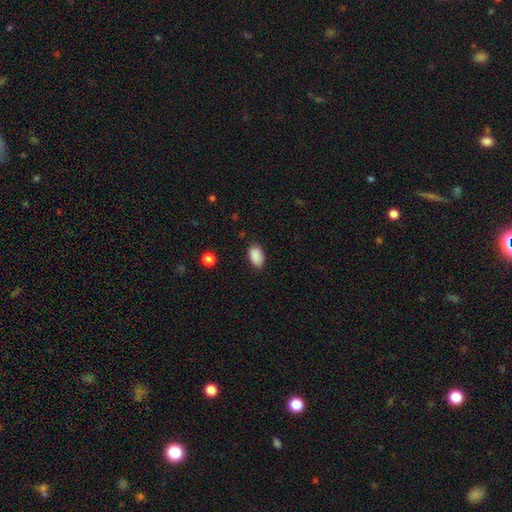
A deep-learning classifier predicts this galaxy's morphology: The model was most divided on "merging": none: 83%, minor disturbance: 13%, major disturbance: 3%, merger: 1%. More confident: how rounded — in between (92%); smooth or featured — smooth (89%).